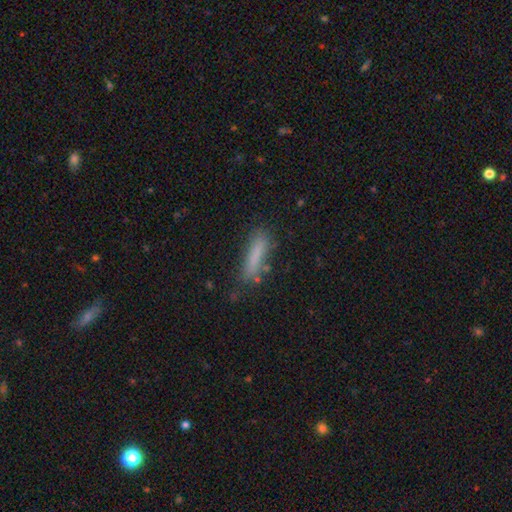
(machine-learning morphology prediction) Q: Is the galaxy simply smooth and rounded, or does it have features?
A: smooth — 78%.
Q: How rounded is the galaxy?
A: cigar-shaped — 80%.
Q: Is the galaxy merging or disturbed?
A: none — 72%.